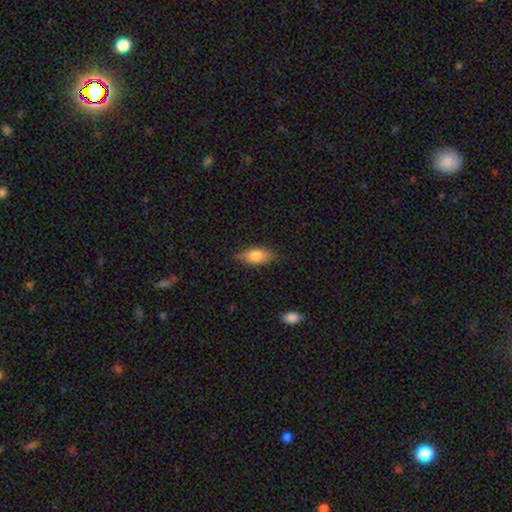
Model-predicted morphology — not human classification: smooth 79%, featured or disk 14%, star or artifact 7%. Down the decision tree: how rounded — in between (85%); merging — none (79%).